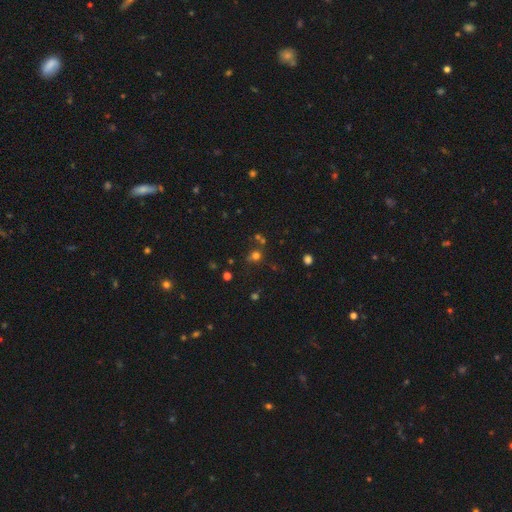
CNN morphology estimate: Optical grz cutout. It shows a smooth galaxy with no disk features (66%) that is round (82%). Merging: none (66%).